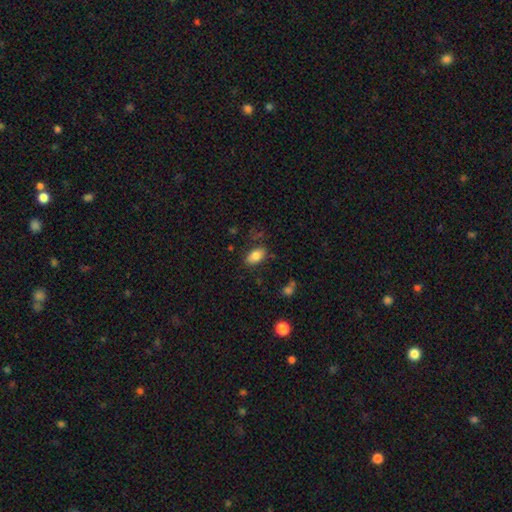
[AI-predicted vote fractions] Smooth or featured: smooth — 81% (featured or disk — 11%)
How rounded: in between — 91% (round — 6%)
Merging: none — 77% (minor disturbance — 16%)